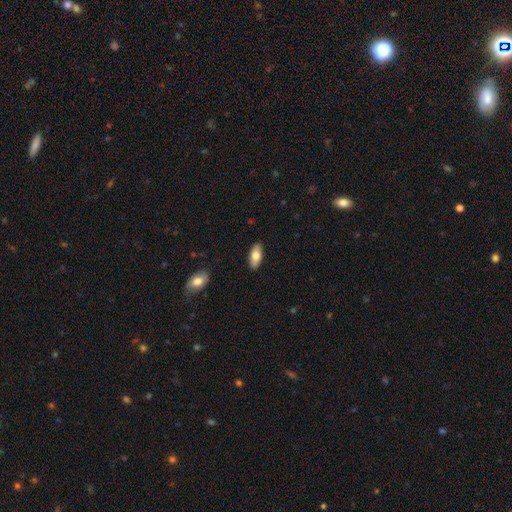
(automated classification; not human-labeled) smooth_or_featured: smooth (p=0.76) [alt: featured or disk p=0.17]
how_rounded: in between (p=0.88) [alt: cigar-shaped p=0.10]
merging: none (p=0.89) [alt: minor disturbance p=0.08]